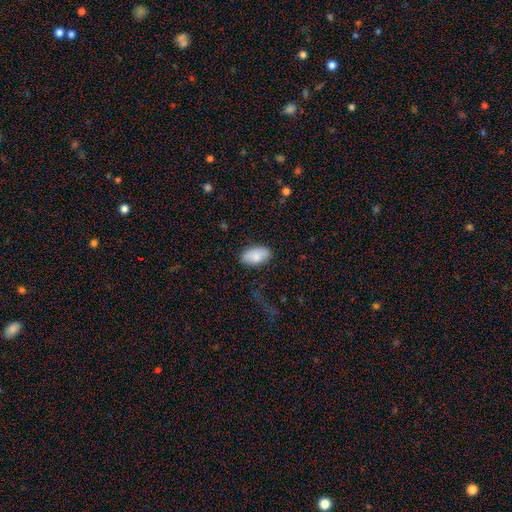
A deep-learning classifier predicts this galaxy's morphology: Smooth or featured?
  - smooth: 85% *
  - featured or disk: 8%
  - star or artifact: 7%
How rounded?
  - in between: 94% *
  - round: 4%
  - cigar-shaped: 2%
Merging?
  - none: 83% *
  - minor disturbance: 13%
  - major disturbance: 3%
  - merger: 1%